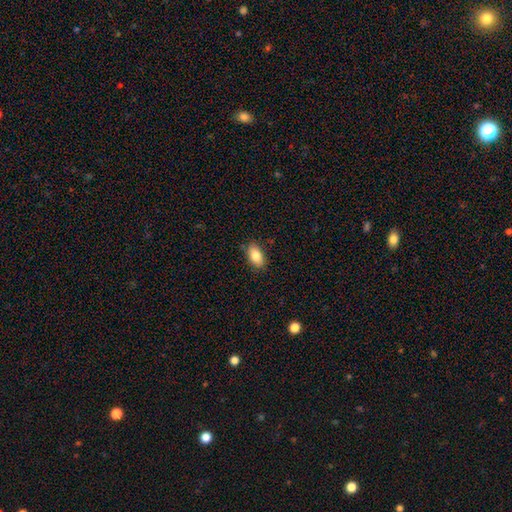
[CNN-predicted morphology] smooth 84%, featured or disk 9%, star or artifact 7%. Down the decision tree: how rounded — in between (90%); merging — none (85%).